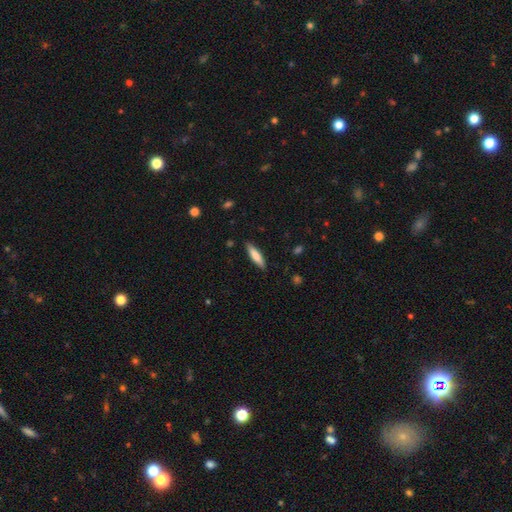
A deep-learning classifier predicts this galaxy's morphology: smooth 74%, featured or disk 20%, star or artifact 6%. Down the decision tree: how rounded — cigar-shaped (74%); merging — none (88%).